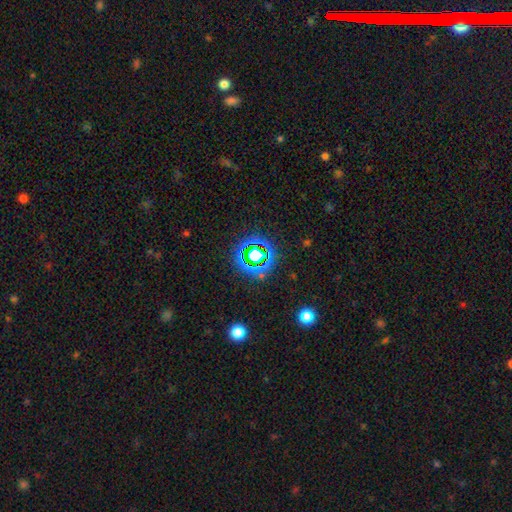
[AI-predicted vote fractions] Smooth or featured: star or artifact — 69% (smooth — 20%)